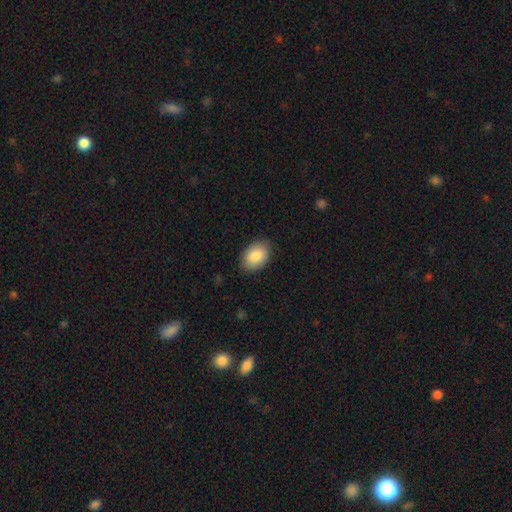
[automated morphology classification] smooth_or_featured: smooth (p=0.87) [alt: featured or disk p=0.07]
how_rounded: in between (p=0.88) [alt: round p=0.11]
merging: none (p=0.86) [alt: minor disturbance p=0.11]